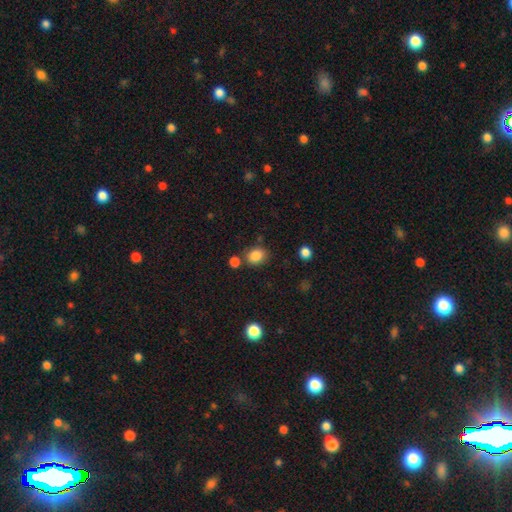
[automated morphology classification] This is clearly a smooth galaxy (85%). How rounded: possibly round (57%). Merging: likely none (73%).